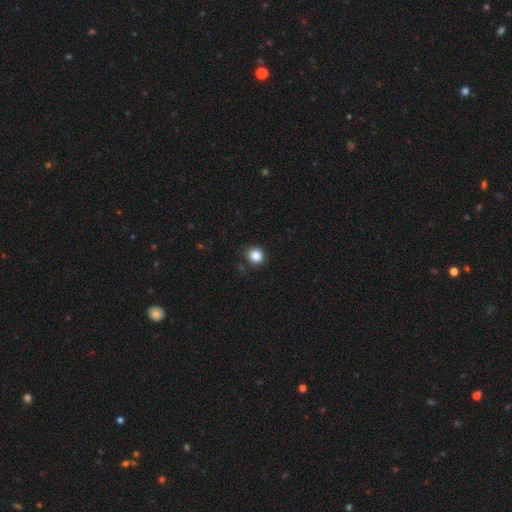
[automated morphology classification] A smooth galaxy with no disk features (87%) that is round (90%). Merging: none (85%).